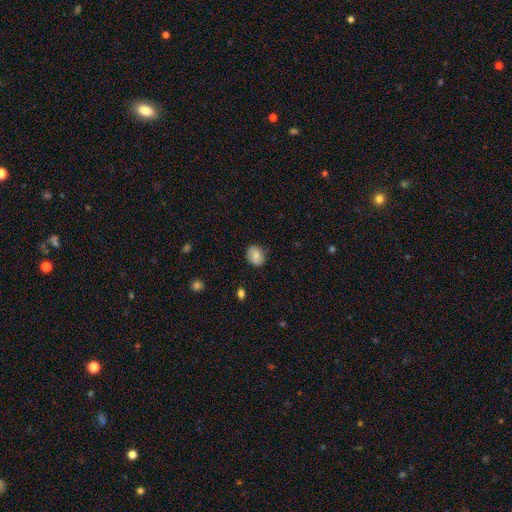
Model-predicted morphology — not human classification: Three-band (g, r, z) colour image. It shows a smooth galaxy with no disk features (81%) that is round (51%). Merging: none (85%).